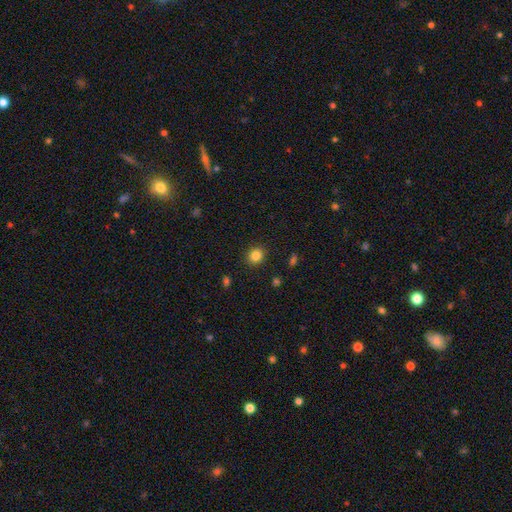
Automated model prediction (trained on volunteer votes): smooth 84%, star or artifact 11%, featured or disk 5%. Down the decision tree: how rounded — round (76%); merging — none (90%).